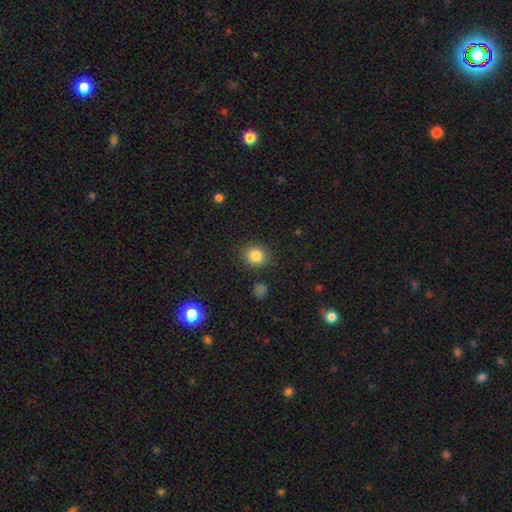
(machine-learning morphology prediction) A smooth galaxy with no disk features (84%) that is round (85%). Merging: none (88%).